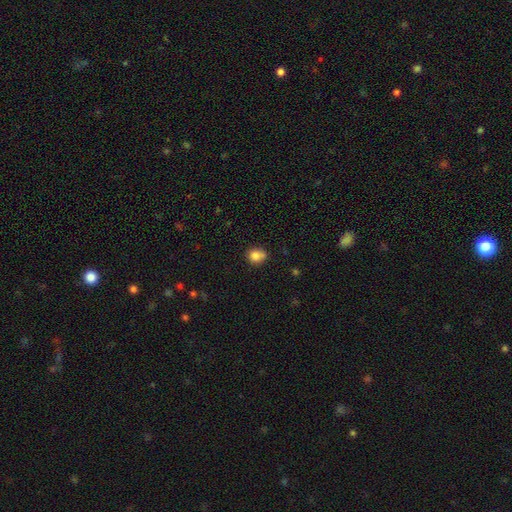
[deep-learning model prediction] This appears to be a smooth galaxy with no disk features (82%) that is round (71%). Merging: none (64%).